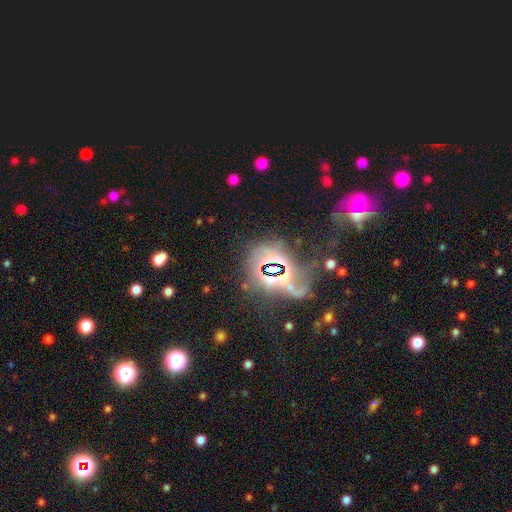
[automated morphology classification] Smooth or featured? Predicted: star or artifact (p=0.72).